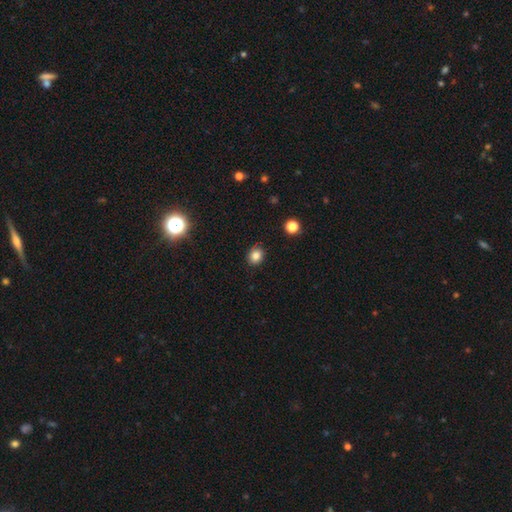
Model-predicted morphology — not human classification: Smooth or featured?
  - smooth: 83% *
  - star or artifact: 12%
  - featured or disk: 5%
How rounded?
  - round: 64% *
  - in between: 35%
  - cigar-shaped: 1%
Merging?
  - none: 87% *
  - minor disturbance: 9%
  - major disturbance: 2%
  - merger: 1%